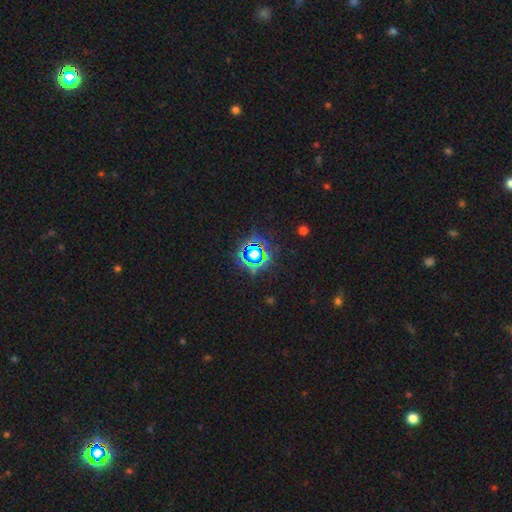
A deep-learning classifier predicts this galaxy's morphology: Smooth or featured: star or artifact — 73% (smooth — 16%)